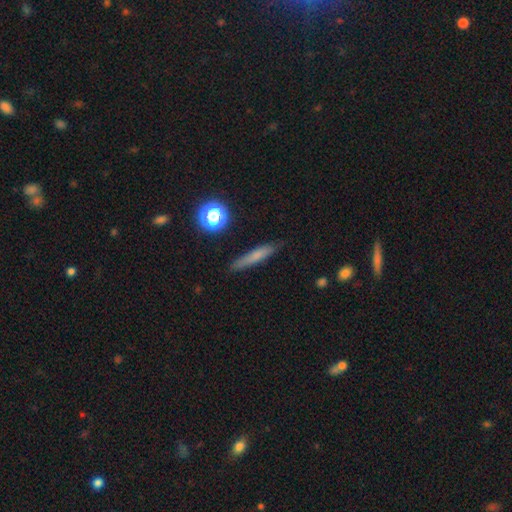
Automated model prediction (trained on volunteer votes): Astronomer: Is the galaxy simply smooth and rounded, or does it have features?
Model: smooth — 67%.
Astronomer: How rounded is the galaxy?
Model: cigar-shaped — 88%.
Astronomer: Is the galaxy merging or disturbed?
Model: none — 84%.